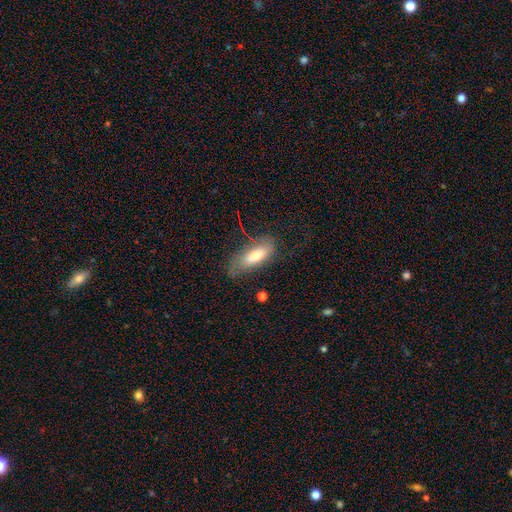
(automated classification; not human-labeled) A smooth galaxy with no disk features (66%) that is in between round and cigar-shaped (69%). Merging: none (59%).